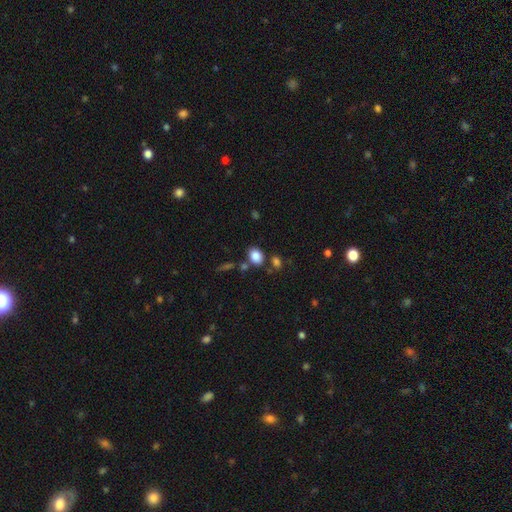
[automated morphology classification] smooth_or_featured: smooth (p=0.85) [alt: star or artifact p=0.10]
how_rounded: in between (p=0.63) [alt: round p=0.35]
merging: none (p=0.72) [alt: merger p=0.12]